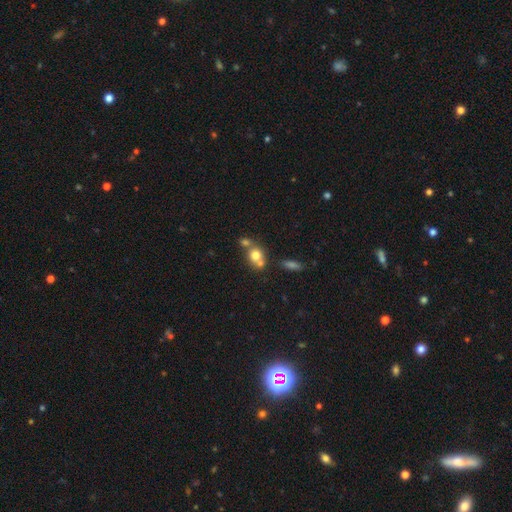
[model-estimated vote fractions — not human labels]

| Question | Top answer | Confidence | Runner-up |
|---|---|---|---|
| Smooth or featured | smooth | 72% | featured or disk (16%) |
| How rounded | round | 71% | in between (28%) |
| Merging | merger | 49% | none (39%) |